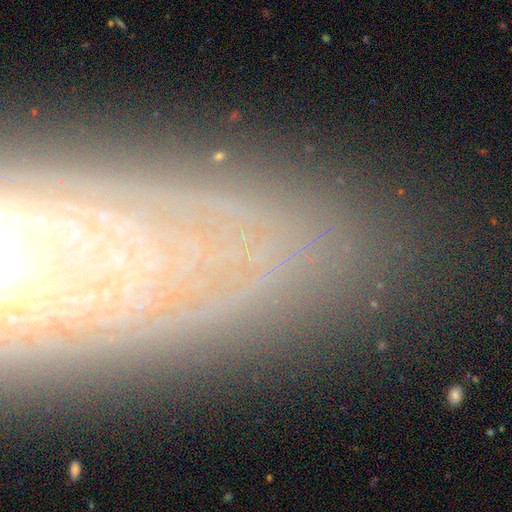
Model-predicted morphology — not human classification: Smooth or featured? Predicted: featured or disk (p=0.53). Edge-on disk? Predicted: no (p=0.73). Merging? Predicted: none (p=0.79).